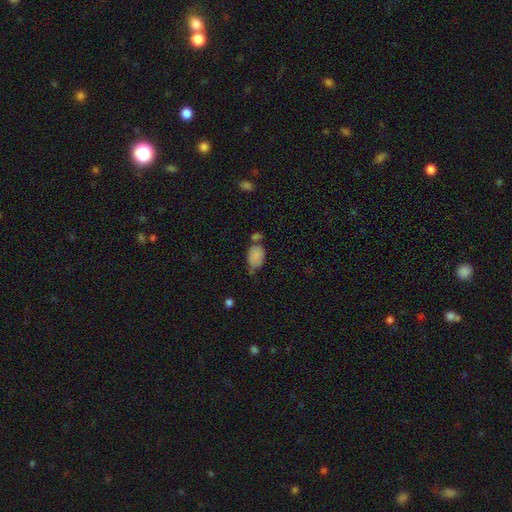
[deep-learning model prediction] smooth_or_featured: smooth (p=0.82) [alt: star or artifact p=0.09]
how_rounded: in between (p=0.85) [alt: round p=0.14]
merging: none (p=0.42) [alt: minor disturbance p=0.29]